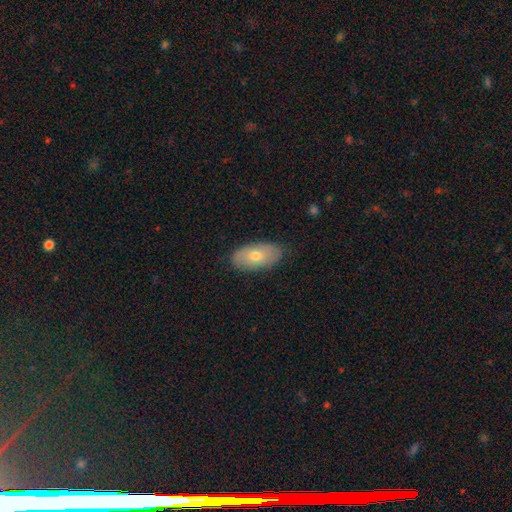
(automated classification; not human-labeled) smooth_or_featured: smooth (p=0.65) [alt: featured or disk p=0.28]
how_rounded: in between (p=0.93) [alt: round p=0.04]
merging: none (p=0.82) [alt: minor disturbance p=0.15]